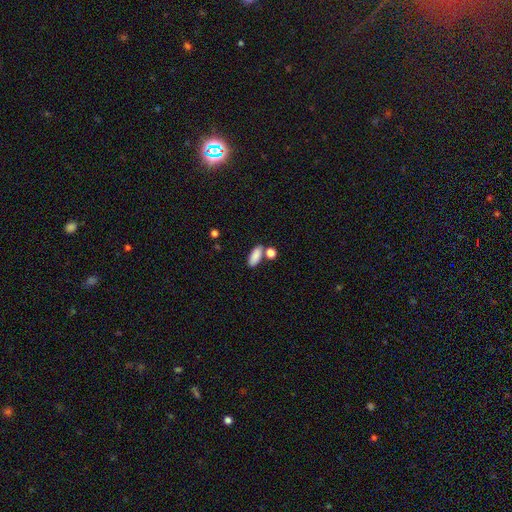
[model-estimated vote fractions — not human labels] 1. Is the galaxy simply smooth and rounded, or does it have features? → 87% smooth, 7% star or artifact, 6% featured or disk.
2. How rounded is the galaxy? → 80% in between, 15% cigar-shaped, 4% round.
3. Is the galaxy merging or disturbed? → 66% none, 19% merger, 11% minor disturbance, 4% major disturbance.